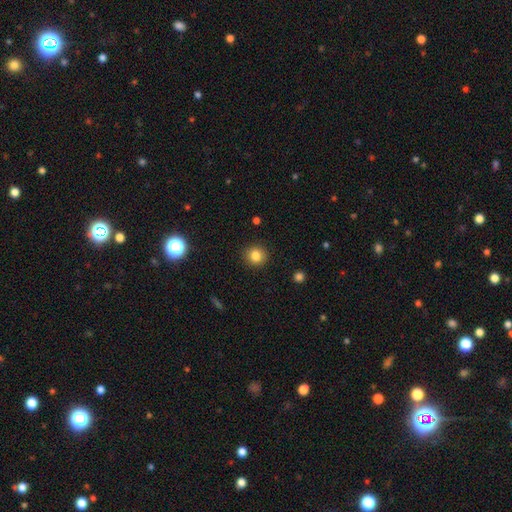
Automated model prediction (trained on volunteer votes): smooth 83%, star or artifact 11%, featured or disk 6%. Down the decision tree: how rounded — round (89%); merging — none (90%).